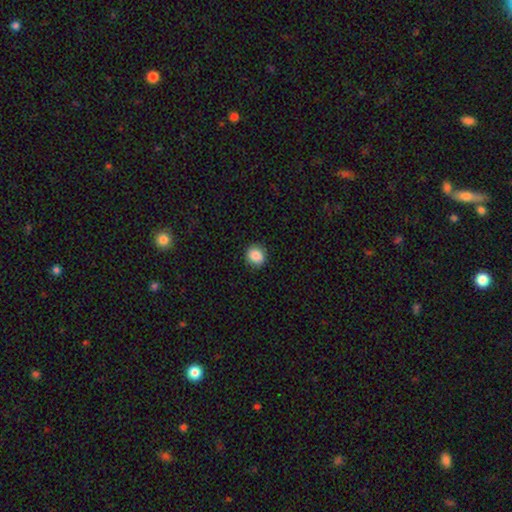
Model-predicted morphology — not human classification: smooth-or-featured: smooth: 88% | star or artifact: 9% | featured or disk: 3%
  how-rounded: round: 82% | in between: 18% | cigar-shaped: 1%
  merging: none: 90% | minor disturbance: 7% | major disturbance: 2% | merger: 1%